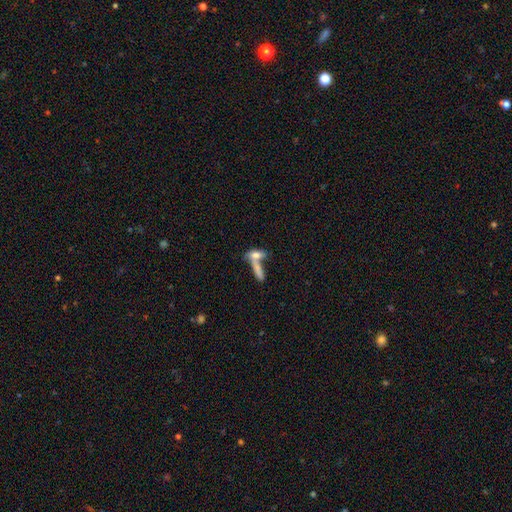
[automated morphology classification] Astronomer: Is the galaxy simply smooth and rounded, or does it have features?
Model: smooth — 66%.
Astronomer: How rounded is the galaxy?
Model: in between — 51% (runner-up: cigar-shaped, 43%).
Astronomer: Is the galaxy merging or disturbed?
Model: merger — 56%.